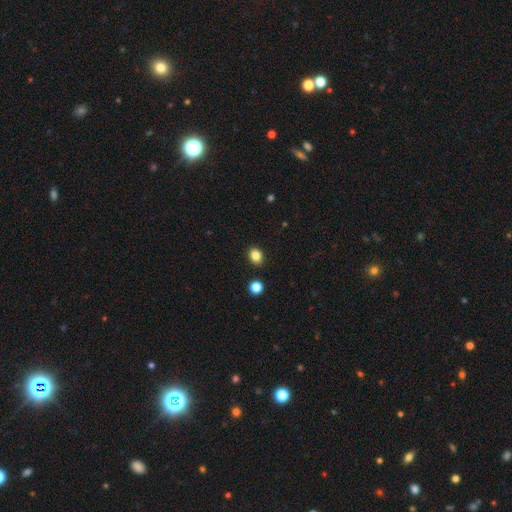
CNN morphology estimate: Smooth or featured? Predicted: smooth (p=0.85). How rounded? Predicted: in between (p=0.52). Merging? Predicted: none (p=0.89).